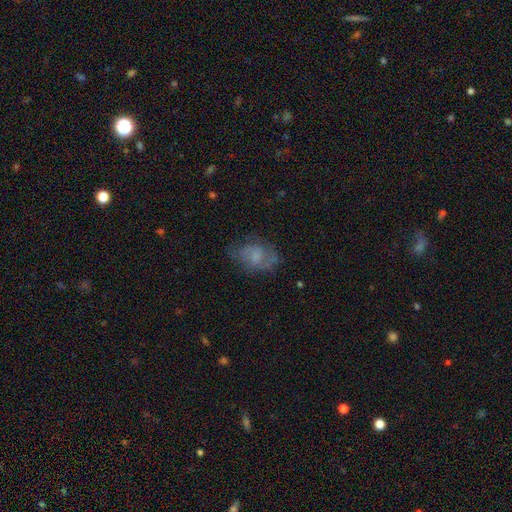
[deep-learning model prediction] featured or disk 45%, smooth 44%, star or artifact 11%. Down the decision tree: merging — none (60%).